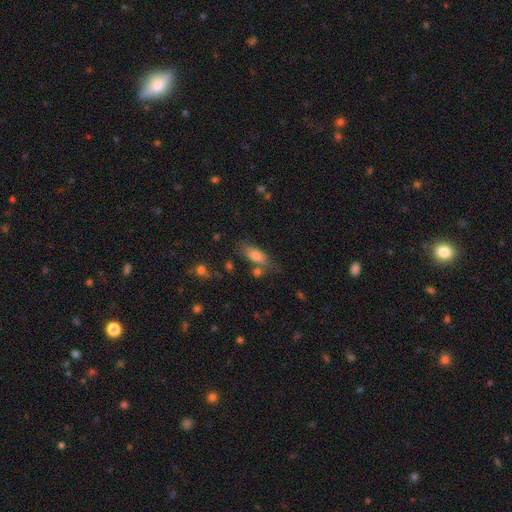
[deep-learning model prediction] Smooth or featured? smooth (74%)
How rounded? in between (74%)
Merging? none (65%)